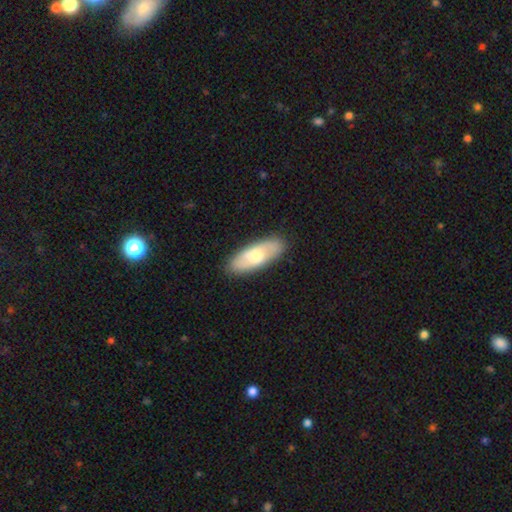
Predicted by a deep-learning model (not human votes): smooth 62%, featured or disk 33%, star or artifact 5%. Down the decision tree: how rounded — in between (73%); merging — none (86%).